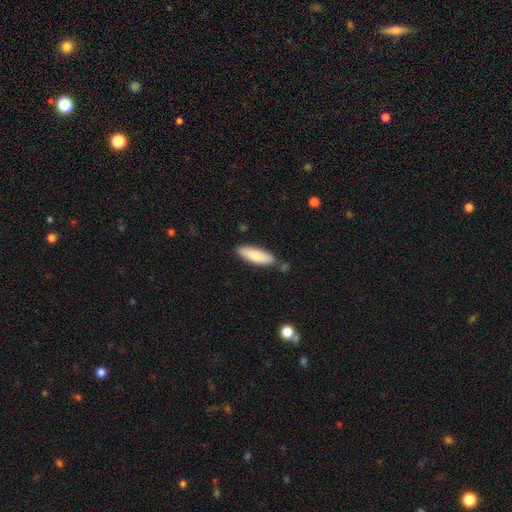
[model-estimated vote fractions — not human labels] smooth-or-featured: smooth: 81% | featured or disk: 13% | star or artifact: 6%
  how-rounded: in between: 50% | cigar-shaped: 49% | round: 2%
  merging: none: 74% | minor disturbance: 16% | merger: 7% | major disturbance: 3%